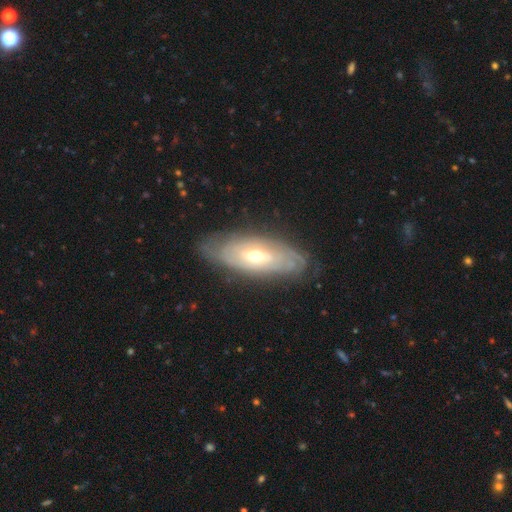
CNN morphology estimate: Smooth or featured? featured or disk (72%)
Edge-on disk? no (84%)
Bar? no (72%)
Spiral arms? yes (72%)
Bulge size? moderate (62%)
Merging? none (73%)